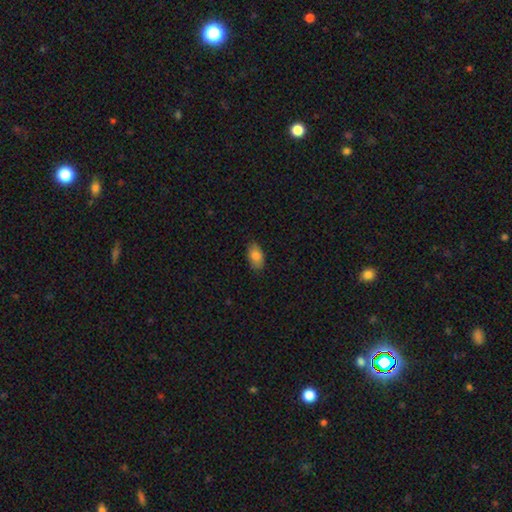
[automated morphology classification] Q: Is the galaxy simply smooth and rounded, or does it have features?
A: smooth — 85%.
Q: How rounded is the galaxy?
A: in between — 92%.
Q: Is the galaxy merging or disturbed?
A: none — 84%.